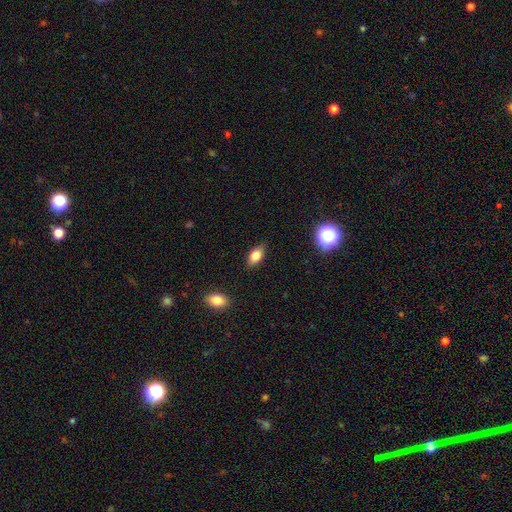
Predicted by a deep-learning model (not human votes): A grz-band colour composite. It shows a smooth galaxy with no disk features (78%) that is in between round and cigar-shaped (86%). Merging: none (85%).